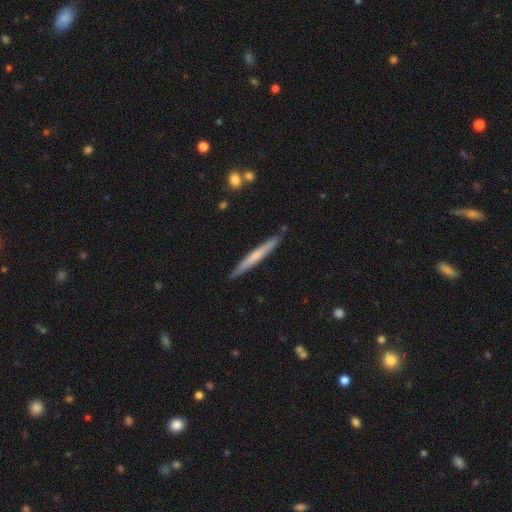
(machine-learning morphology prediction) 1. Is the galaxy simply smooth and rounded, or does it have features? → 52% smooth, 42% featured or disk, 5% star or artifact.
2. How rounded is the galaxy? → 97% cigar-shaped, 2% in between, 1% round.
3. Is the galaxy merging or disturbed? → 89% none, 8% minor disturbance, 2% merger, 1% major disturbance.